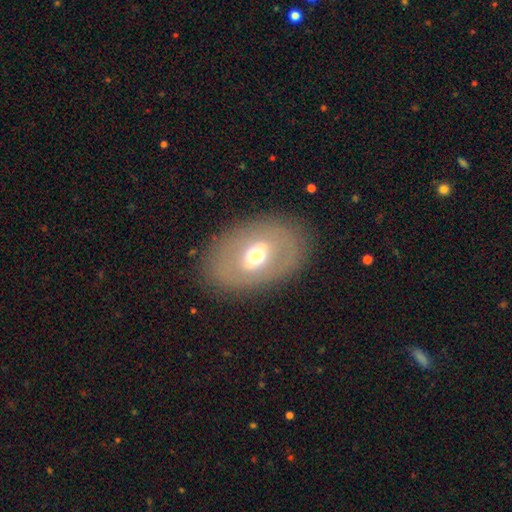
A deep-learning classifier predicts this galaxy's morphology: featured or disk 49%, smooth 43%, star or artifact 8%. Down the decision tree: merging — none (83%).